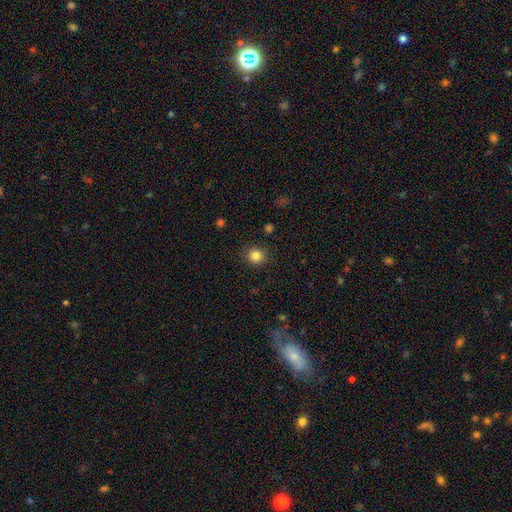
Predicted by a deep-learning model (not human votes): This is clearly a smooth galaxy (84%). How rounded: clearly round (87%). Merging: clearly none (87%).